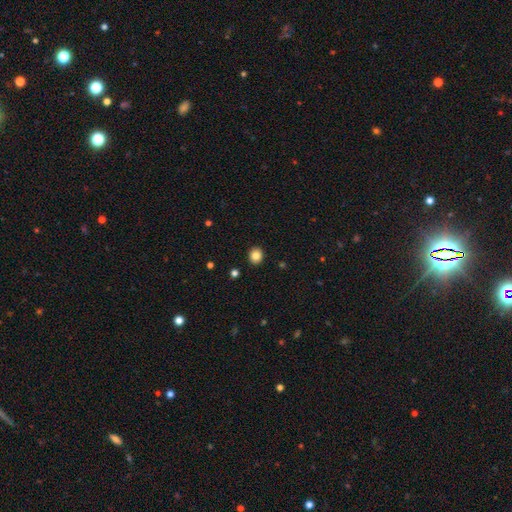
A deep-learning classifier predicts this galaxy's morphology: A smooth galaxy with no disk features (84%) that is round (74%). Merging: none (91%).